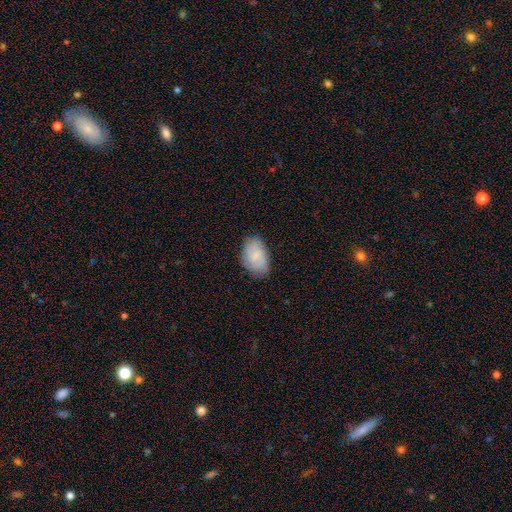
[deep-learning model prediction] Q: Smooth or featured?
A: smooth (77%); runner-up: featured or disk (16%)
Q: How rounded?
A: in between (92%); runner-up: round (7%)
Q: Merging?
A: none (74%); runner-up: minor disturbance (20%)